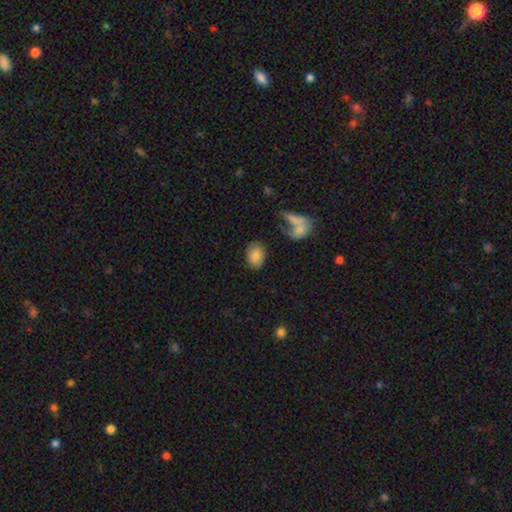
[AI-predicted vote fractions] This appears to be a smooth galaxy with no disk features (81%) that is in between round and cigar-shaped (74%). Merging: none (76%).